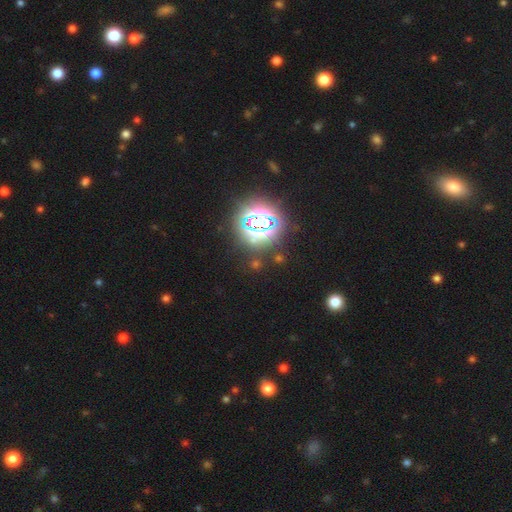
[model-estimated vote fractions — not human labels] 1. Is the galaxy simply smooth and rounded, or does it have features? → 77% star or artifact, 14% smooth, 9% featured or disk.